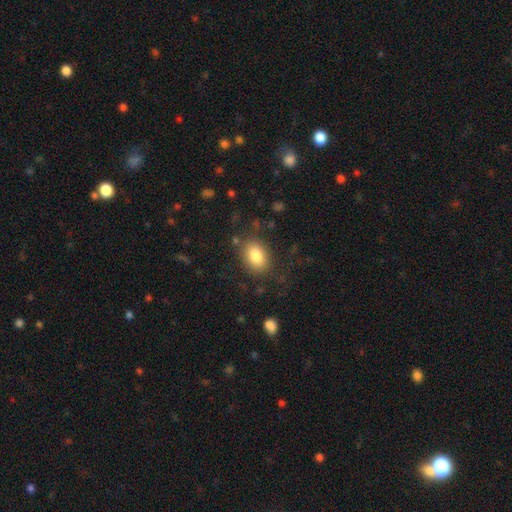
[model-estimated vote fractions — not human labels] This appears to be a smooth galaxy with no disk features (83%) that is in between round and cigar-shaped (77%). Merging: none (81%).